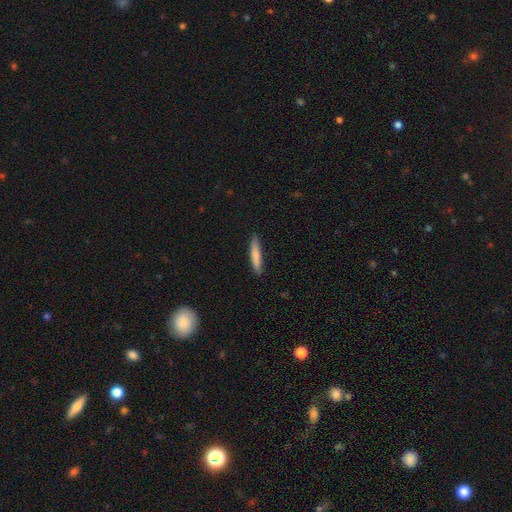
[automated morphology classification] type=smooth (79%); roundness=cigar-shaped (91%); merging=none (87%).